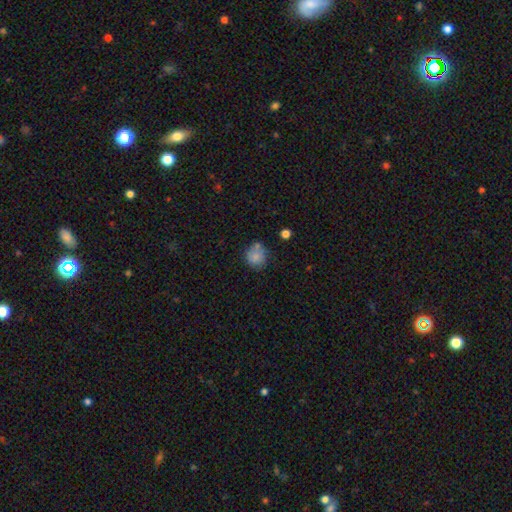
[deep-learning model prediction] Overall: smooth (80%). How rounded: round (80%). Merging: none (56%; minor disturbance 21%).